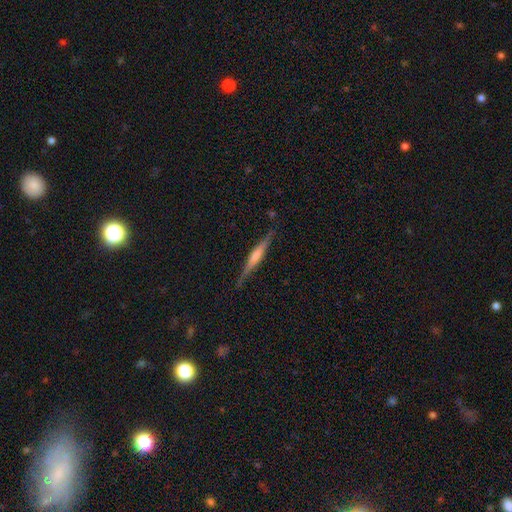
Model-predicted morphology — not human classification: smooth-or-featured: featured or disk: 72% | smooth: 22% | star or artifact: 6%
  disk-edge-on: yes: 98% | no: 2%
    edge-on-bulge: rounded: 59% | boxy: 23% | none: 18%
  merging: none: 87% | minor disturbance: 10% | major disturbance: 2% | merger: 1%